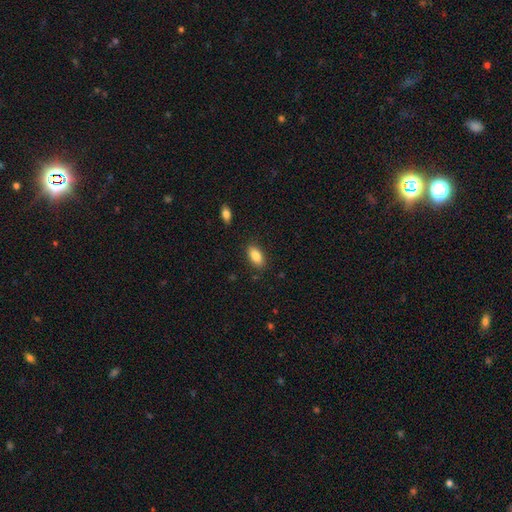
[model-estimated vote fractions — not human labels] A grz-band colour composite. It shows a smooth galaxy with no disk features (85%) that is in between round and cigar-shaped (90%). Merging: none (86%).